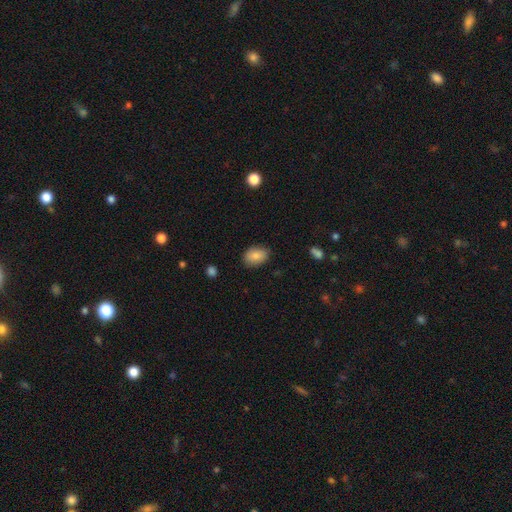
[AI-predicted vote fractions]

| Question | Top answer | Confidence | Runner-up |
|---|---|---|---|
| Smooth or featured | smooth | 85% | star or artifact (8%) |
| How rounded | in between | 83% | round (16%) |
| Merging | none | 84% | minor disturbance (12%) |